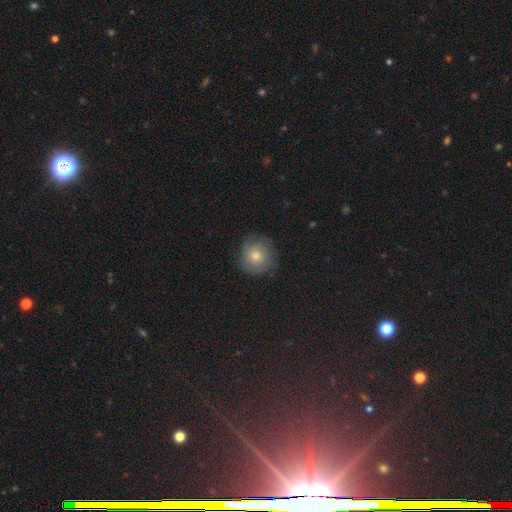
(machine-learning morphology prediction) Smooth or featured: smooth — 58% (featured or disk — 28%)
How rounded: round — 91% (in between — 8%)
Merging: none — 80% (minor disturbance — 15%)